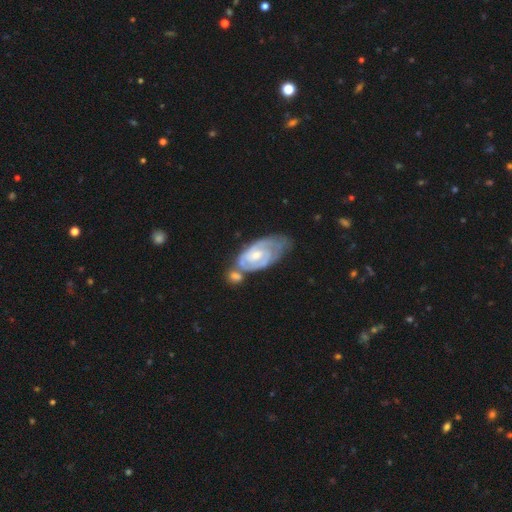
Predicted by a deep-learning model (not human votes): Smooth or featured? featured or disk (83%)
Edge-on disk? no (95%)
Bar? no (53%)
Spiral arms? yes (94%)
Spiral winding? tight (68%)
Spiral arm count? 2 (58%)
Bulge size? moderate (49%)
Merging? none (36%)